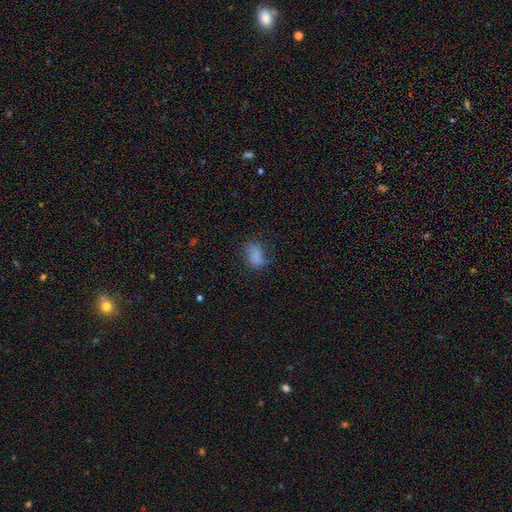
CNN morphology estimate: Smooth or featured: smooth — 78% (star or artifact — 12%)
How rounded: in between — 79% (round — 20%)
Merging: none — 57% (minor disturbance — 26%)